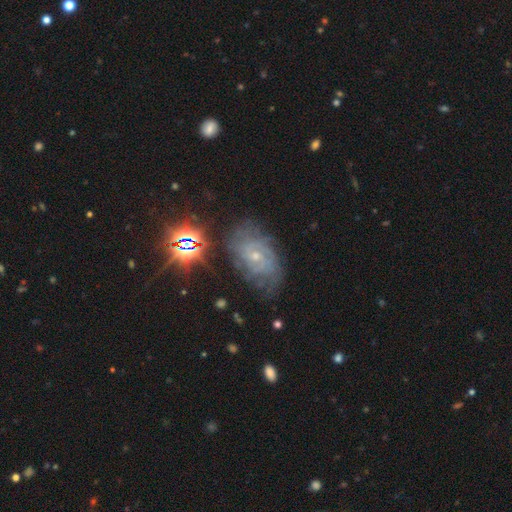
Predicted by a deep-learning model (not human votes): smooth_or_featured: featured or disk (p=0.72) [alt: star or artifact p=0.16]
disk_edge_on: no (p=0.96) [alt: yes p=0.04]
bar: no (p=0.60) [alt: weak p=0.33]
has_spiral_arms: yes (p=0.93) [alt: no p=0.07]
spiral_winding: tight (p=0.63) [alt: medium p=0.29]
spiral_arm_count: can't tell (p=0.46) [alt: 2 p=0.19]
bulge_size: small (p=0.72) [alt: moderate p=0.23]
merging: none (p=0.68) [alt: minor disturbance p=0.21]